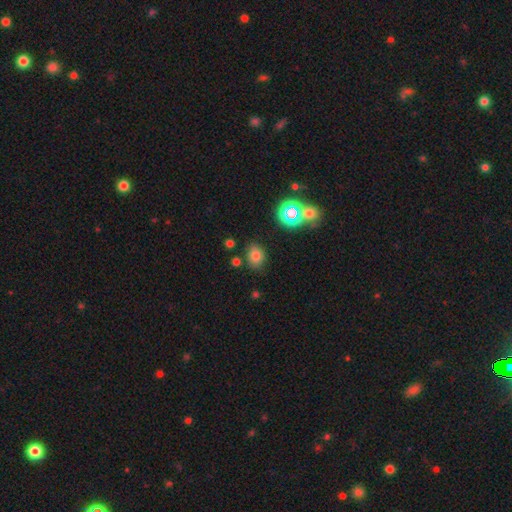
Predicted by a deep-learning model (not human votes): This appears to be a smooth galaxy with no disk features (73%) that is in between round and cigar-shaped (59%). Merging: none (79%).